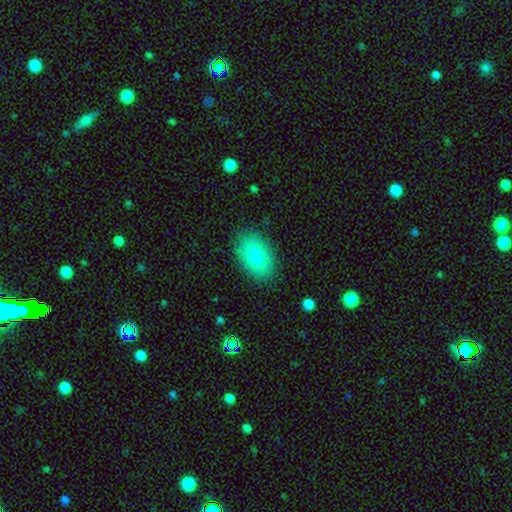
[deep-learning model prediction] Morphology: type=smooth (77%); roundness=in between (92%); merging=none (85%).